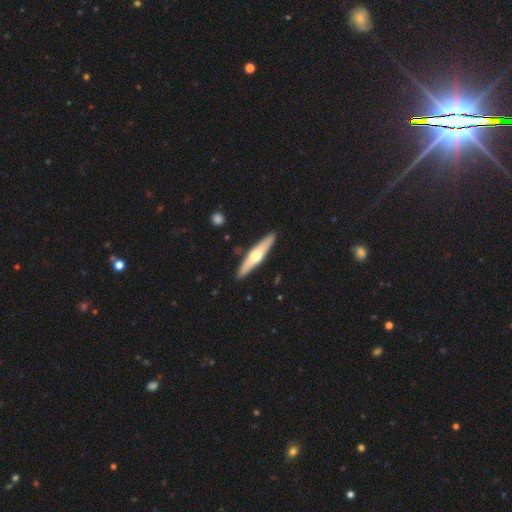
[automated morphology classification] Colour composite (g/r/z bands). It shows a featured or disk galaxy (56%) viewed edge-on (92%) with a rounded central bulge (93%). Merging: none (91%).